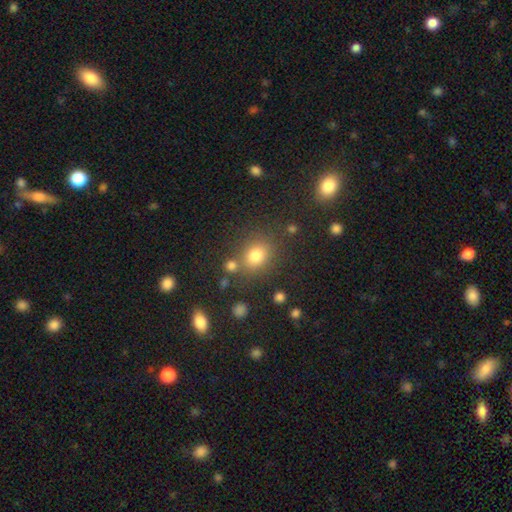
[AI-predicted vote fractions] This appears to be a smooth galaxy with no disk features (77%) that is round (65%). Merging: none (71%).